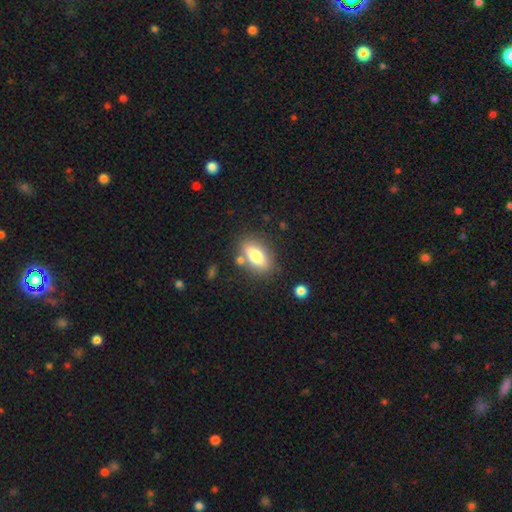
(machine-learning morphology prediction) Smooth or featured?
  - smooth: 72% *
  - featured or disk: 20%
  - star or artifact: 8%
How rounded?
  - in between: 81% *
  - cigar-shaped: 13%
  - round: 6%
Merging?
  - none: 78% *
  - minor disturbance: 11%
  - merger: 7%
  - major disturbance: 4%